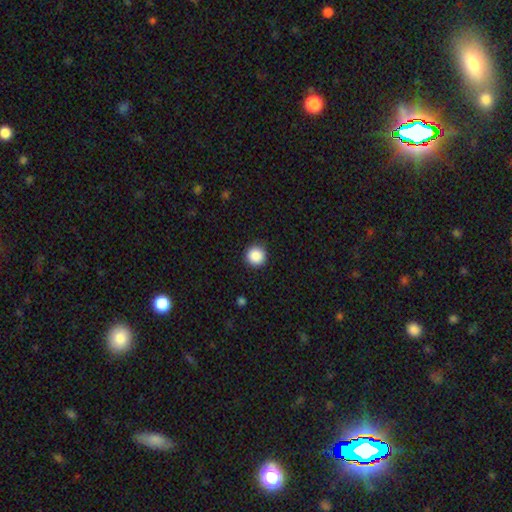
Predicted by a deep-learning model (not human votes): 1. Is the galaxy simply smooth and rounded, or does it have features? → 88% smooth, 9% star or artifact, 3% featured or disk.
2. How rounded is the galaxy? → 96% round, 3% in between, 1% cigar-shaped.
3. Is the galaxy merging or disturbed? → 92% none, 5% minor disturbance, 2% major disturbance, 1% merger.